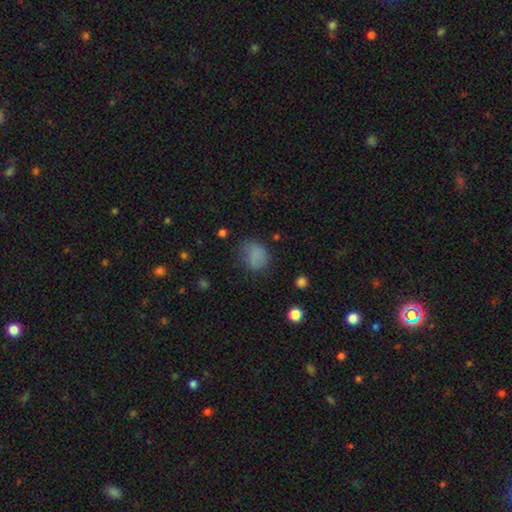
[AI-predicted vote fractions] Smooth or featured? smooth (79%)
How rounded? in between (50%)
Merging? none (58%)